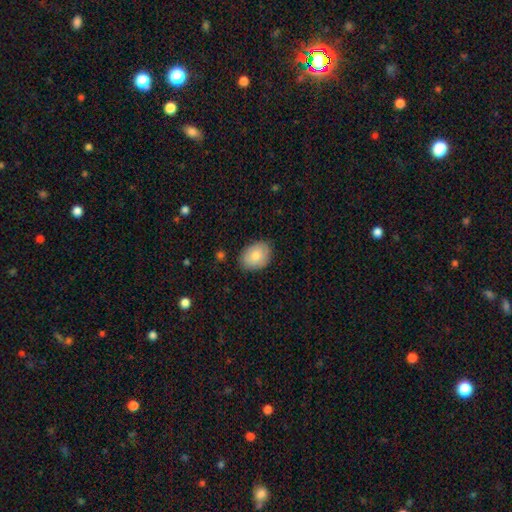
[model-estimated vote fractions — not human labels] Smooth or featured: smooth — 78% (featured or disk — 15%)
How rounded: in between — 71% (round — 28%)
Merging: none — 82% (minor disturbance — 14%)